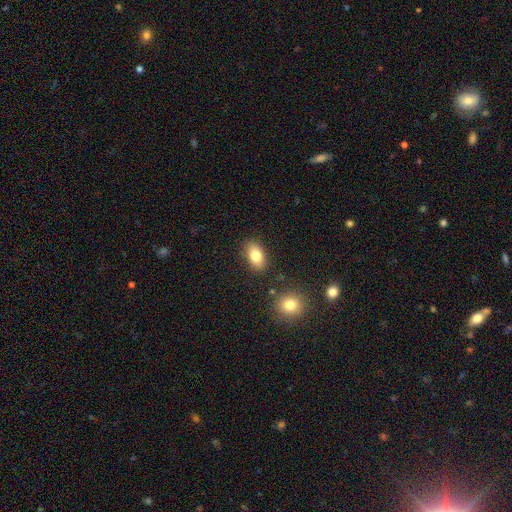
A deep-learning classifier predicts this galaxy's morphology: Smooth or featured: smooth — 81% (featured or disk — 11%)
How rounded: in between — 88% (round — 10%)
Merging: none — 83% (minor disturbance — 11%)